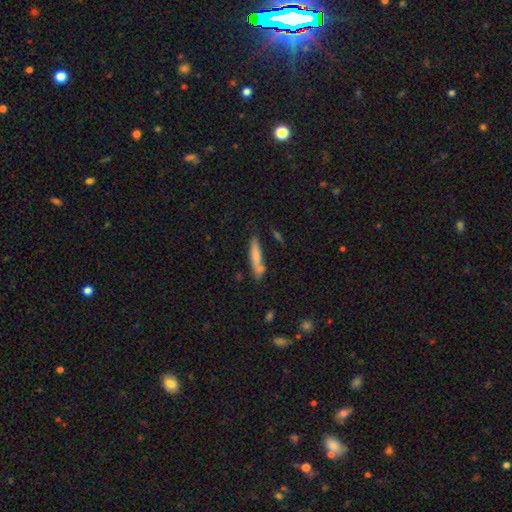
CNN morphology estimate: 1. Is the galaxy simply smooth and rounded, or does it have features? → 74% smooth, 19% featured or disk, 7% star or artifact.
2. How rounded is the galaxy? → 80% cigar-shaped, 18% in between, 2% round.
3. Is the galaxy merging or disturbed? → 61% none, 18% minor disturbance, 16% merger, 5% major disturbance.